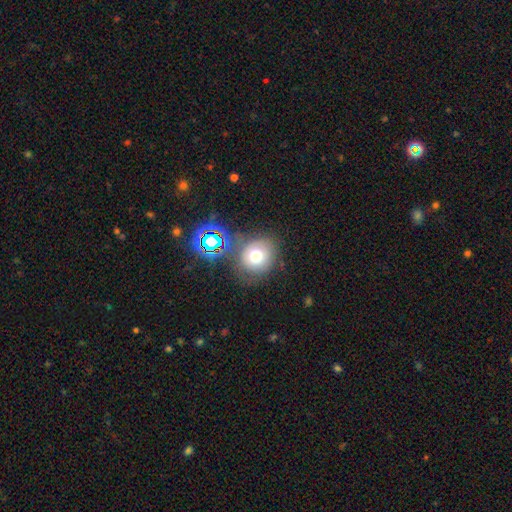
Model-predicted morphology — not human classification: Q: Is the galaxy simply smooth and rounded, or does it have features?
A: smooth — 68%.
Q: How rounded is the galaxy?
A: round — 79%.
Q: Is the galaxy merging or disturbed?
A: none — 71%.